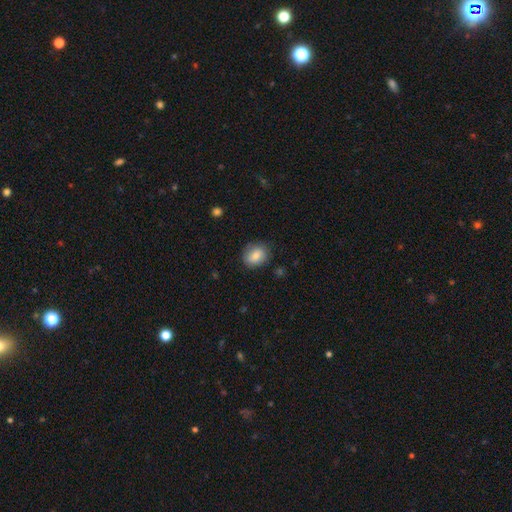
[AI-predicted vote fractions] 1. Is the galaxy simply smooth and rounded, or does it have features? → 78% smooth, 14% featured or disk, 8% star or artifact.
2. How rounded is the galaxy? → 57% round, 42% in between, 1% cigar-shaped.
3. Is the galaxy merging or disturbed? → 81% none, 15% minor disturbance, 4% major disturbance, 1% merger.